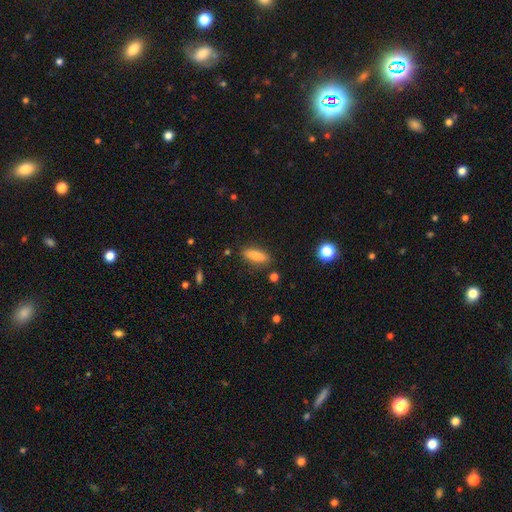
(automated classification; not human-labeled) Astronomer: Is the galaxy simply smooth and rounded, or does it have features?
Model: smooth — 81%.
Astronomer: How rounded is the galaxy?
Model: in between — 66%.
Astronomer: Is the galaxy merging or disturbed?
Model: none — 84%.